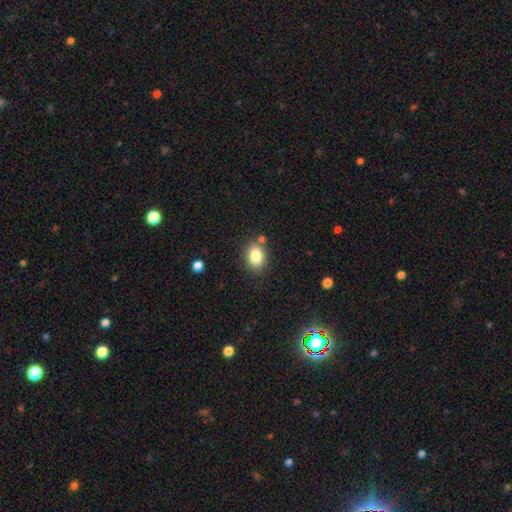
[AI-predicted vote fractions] smooth_or_featured: smooth (p=0.83) [alt: star or artifact p=0.09]
how_rounded: in between (p=0.73) [alt: round p=0.26]
merging: none (p=0.79) [alt: minor disturbance p=0.12]